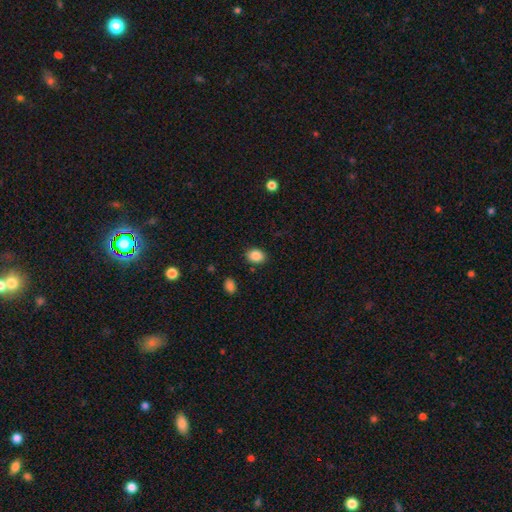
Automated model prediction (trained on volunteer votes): Smooth or featured: smooth — 87% (star or artifact — 9%)
How rounded: in between — 66% (round — 33%)
Merging: none — 85% (minor disturbance — 10%)